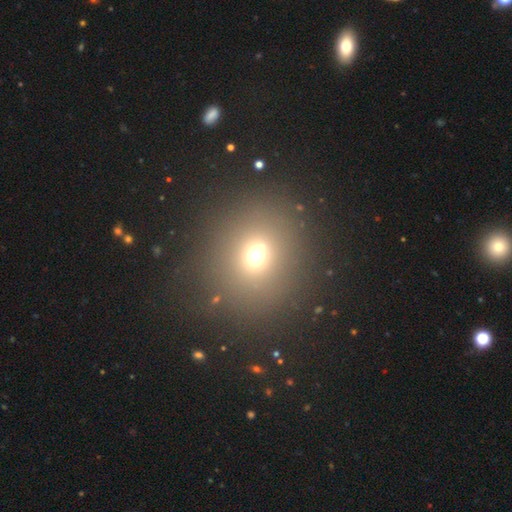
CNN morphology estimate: A smooth galaxy with no disk features (62%) that is round (85%). Merging: none (74%).